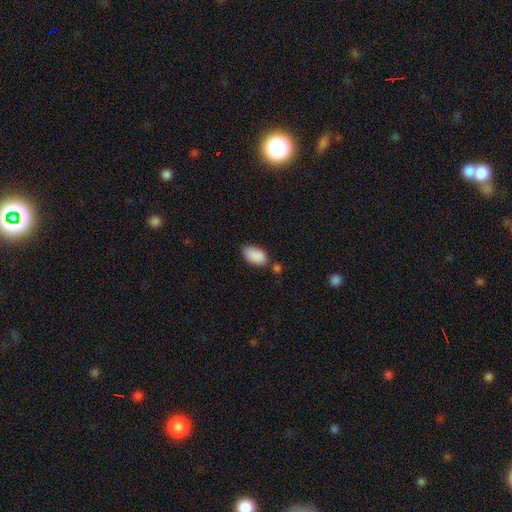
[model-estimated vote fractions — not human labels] Smooth or featured? smooth (89%)
How rounded? in between (94%)
Merging? none (68%)